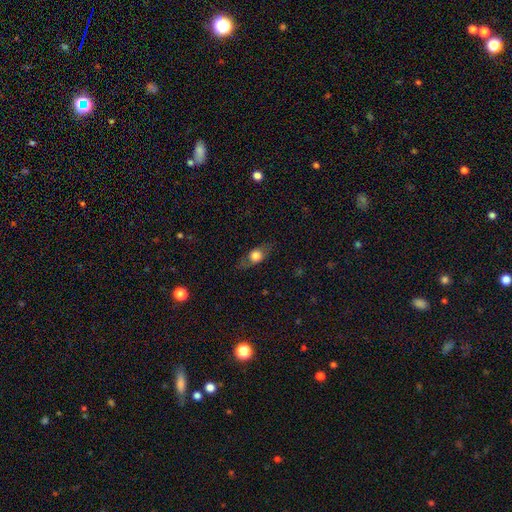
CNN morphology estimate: Q: Smooth or featured?
A: smooth (55%); runner-up: featured or disk (37%)
Q: How rounded?
A: in between (59%); runner-up: round (24%)
Q: Merging?
A: none (78%); runner-up: minor disturbance (15%)